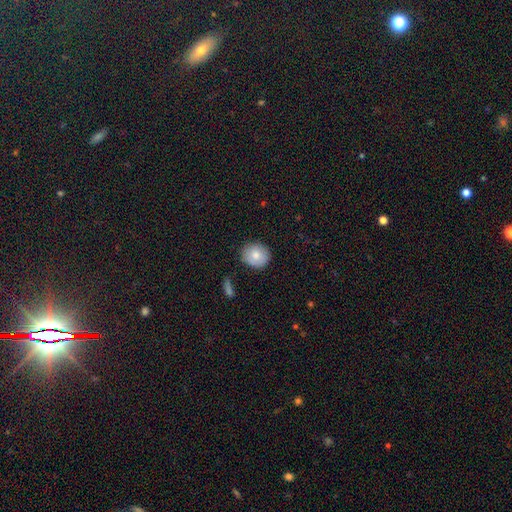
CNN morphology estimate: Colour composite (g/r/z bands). It shows a smooth galaxy with no disk features (79%) that is round (79%). Merging: none (80%).